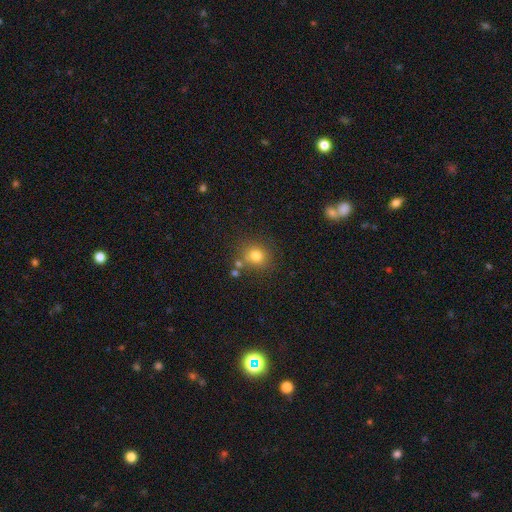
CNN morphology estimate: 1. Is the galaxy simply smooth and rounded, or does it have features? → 77% smooth, 15% star or artifact, 8% featured or disk.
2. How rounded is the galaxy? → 80% round, 19% in between, 1% cigar-shaped.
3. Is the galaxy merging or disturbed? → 74% none, 11% minor disturbance, 11% merger, 4% major disturbance.